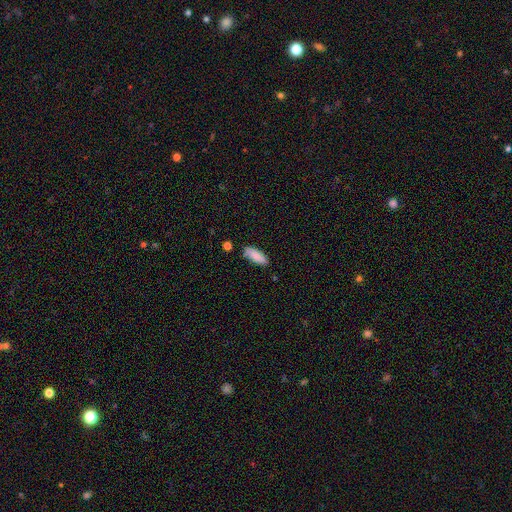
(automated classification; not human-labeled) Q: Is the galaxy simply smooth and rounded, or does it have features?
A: smooth — 87%.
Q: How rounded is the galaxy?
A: in between — 69%.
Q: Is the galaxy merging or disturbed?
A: none — 79%.